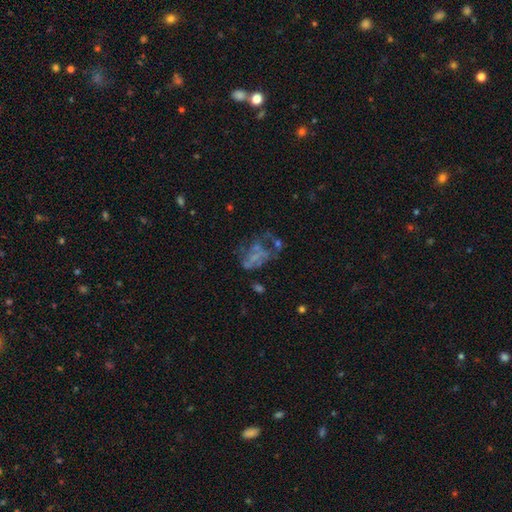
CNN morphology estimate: smooth_or_featured: featured or disk (p=0.55) [alt: smooth p=0.25]
disk_edge_on: no (p=0.98) [alt: yes p=0.02]
bar: no (p=0.83) [alt: weak p=0.12]
has_spiral_arms: no (p=0.81) [alt: yes p=0.19]
bulge_size: none (p=0.73) [alt: small p=0.16]
merging: major disturbance (p=0.43) [alt: none p=0.26]